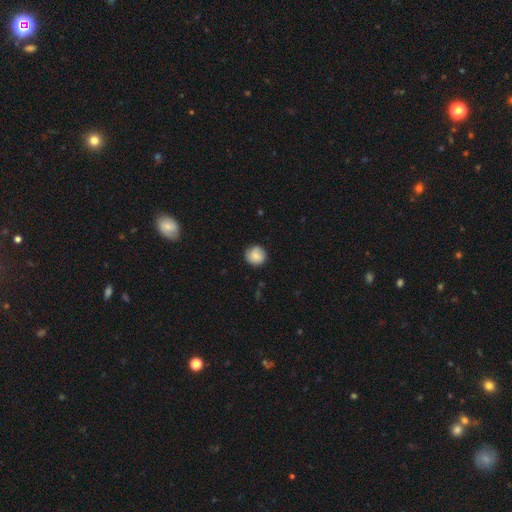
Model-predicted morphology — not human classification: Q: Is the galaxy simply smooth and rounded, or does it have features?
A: smooth — 84%.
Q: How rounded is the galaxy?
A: round — 92%.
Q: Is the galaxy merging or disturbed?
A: none — 87%.